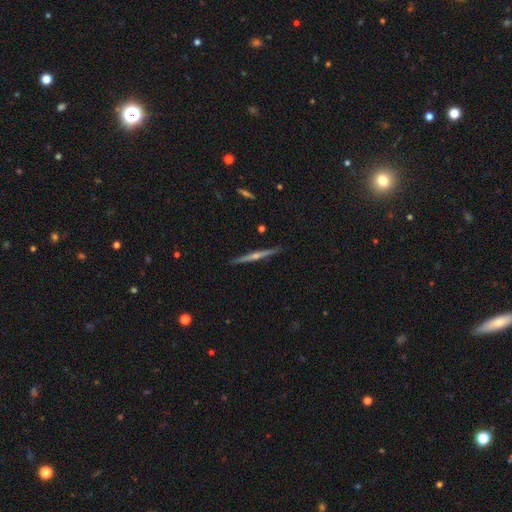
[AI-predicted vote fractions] A featured or disk galaxy (72%) viewed edge-on (96%) with a rounded central bulge (74%). Merging: none (89%).